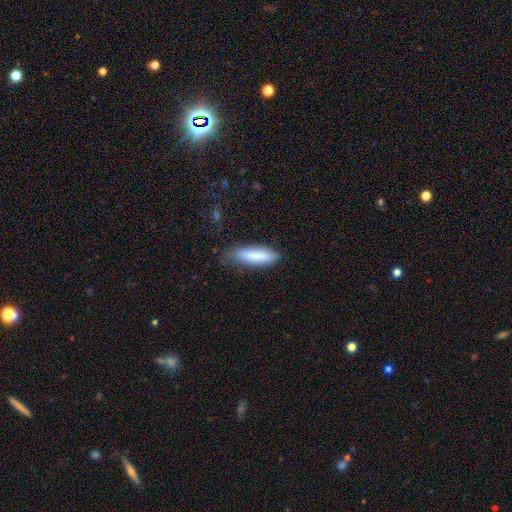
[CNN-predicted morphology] The model was most divided on "how rounded": cigar-shaped: 57%, in between: 42%, round: 1%. More confident: smooth or featured — smooth (85%); merging — none (71%).